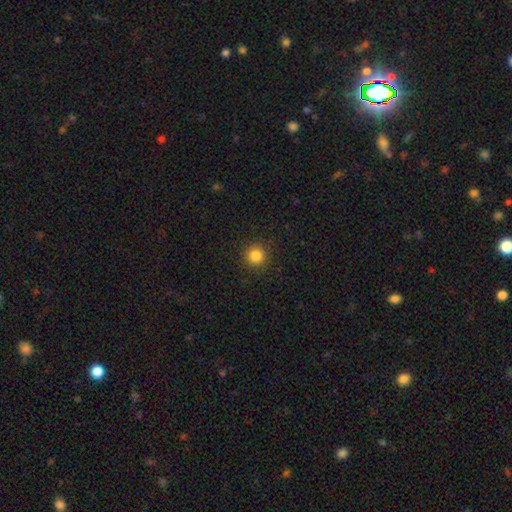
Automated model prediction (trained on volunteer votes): Morphology: type=smooth (85%); roundness=round (95%); merging=none (91%).